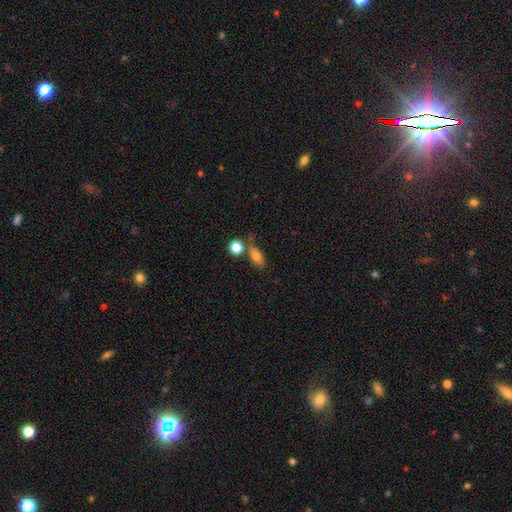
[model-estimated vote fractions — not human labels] A smooth galaxy with no disk features (80%) that is in between round and cigar-shaped (78%). Merging: none (60%).